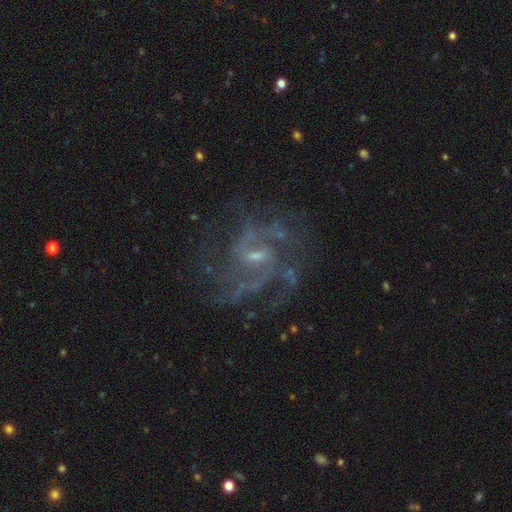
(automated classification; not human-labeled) smooth_or_featured: featured or disk (p=0.85) [alt: star or artifact p=0.09]
disk_edge_on: no (p=0.98) [alt: yes p=0.02]
bar: weak (p=0.56) [alt: no p=0.31]
has_spiral_arms: yes (p=0.90) [alt: no p=0.10]
spiral_winding: medium (p=0.50) [alt: loose p=0.27]
spiral_arm_count: 2 (p=0.27) [alt: can't tell p=0.26]
bulge_size: small (p=0.67) [alt: moderate p=0.23]
merging: none (p=0.60) [alt: major disturbance p=0.20]